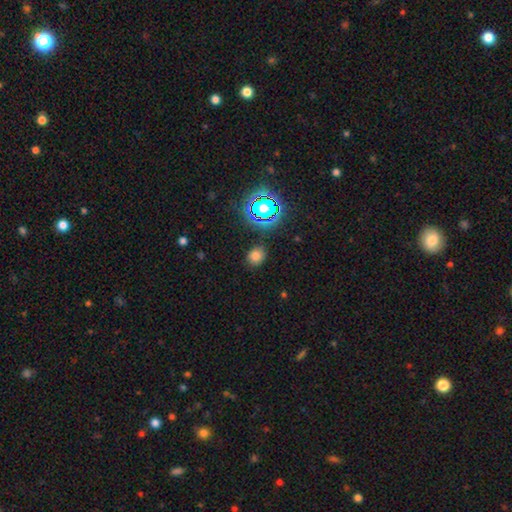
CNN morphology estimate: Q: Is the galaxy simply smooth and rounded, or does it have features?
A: smooth — 72%.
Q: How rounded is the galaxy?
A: round — 68%.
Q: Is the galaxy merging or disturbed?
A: none — 84%.